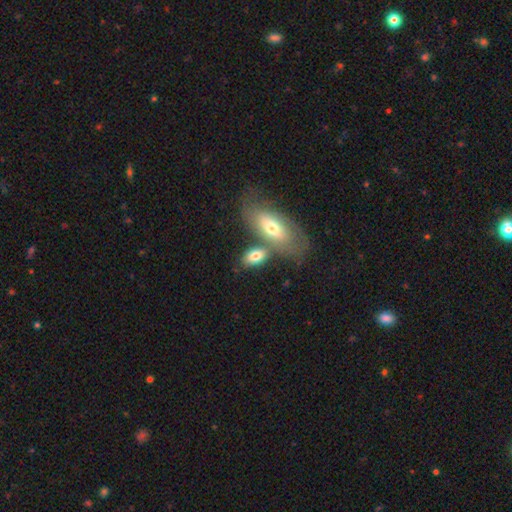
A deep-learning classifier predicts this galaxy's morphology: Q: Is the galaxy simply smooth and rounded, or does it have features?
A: smooth — 74%.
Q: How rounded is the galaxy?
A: in between — 88%.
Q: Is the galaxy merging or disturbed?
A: none — 45%.